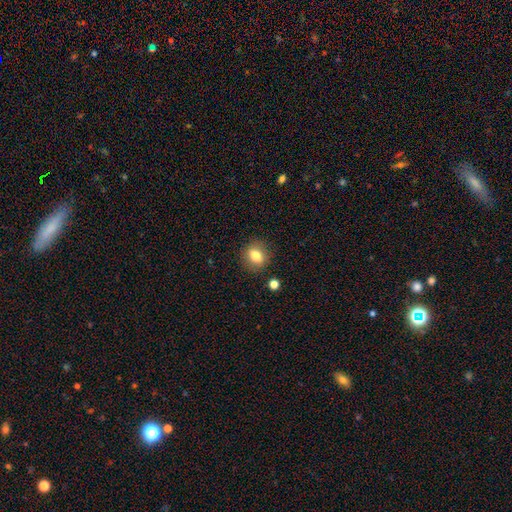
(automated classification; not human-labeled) This is likely a smooth galaxy (78%). How rounded: possibly round (59%). Merging: clearly none (87%).